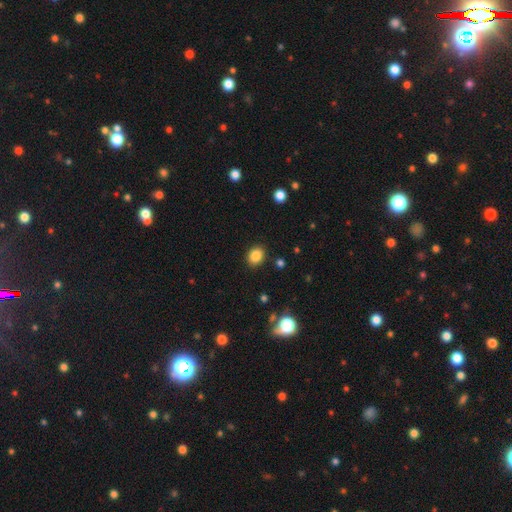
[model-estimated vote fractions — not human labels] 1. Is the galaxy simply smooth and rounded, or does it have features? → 86% smooth, 10% star or artifact, 4% featured or disk.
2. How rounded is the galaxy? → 52% round, 47% in between, 1% cigar-shaped.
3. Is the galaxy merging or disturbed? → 88% none, 8% minor disturbance, 2% major disturbance, 1% merger.